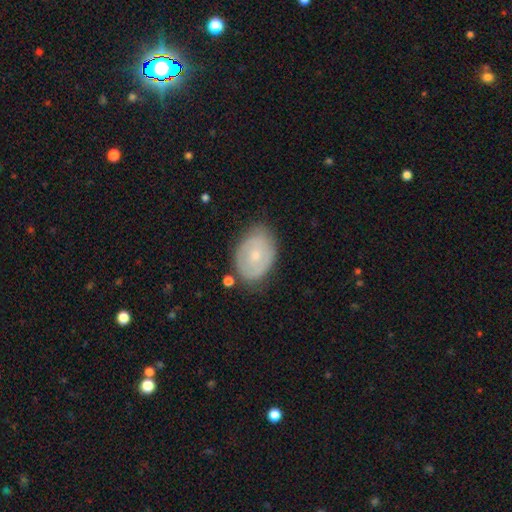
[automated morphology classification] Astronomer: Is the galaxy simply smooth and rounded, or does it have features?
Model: featured or disk — 51% (runner-up: smooth, 43%).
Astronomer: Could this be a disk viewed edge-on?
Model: no — 95%.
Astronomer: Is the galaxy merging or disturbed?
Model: none — 73%.